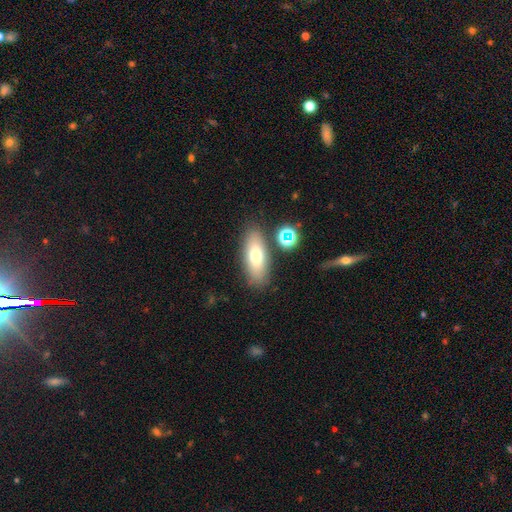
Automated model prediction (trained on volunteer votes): Overall: smooth (71%). How rounded: in between (75%). Merging: none (82%).